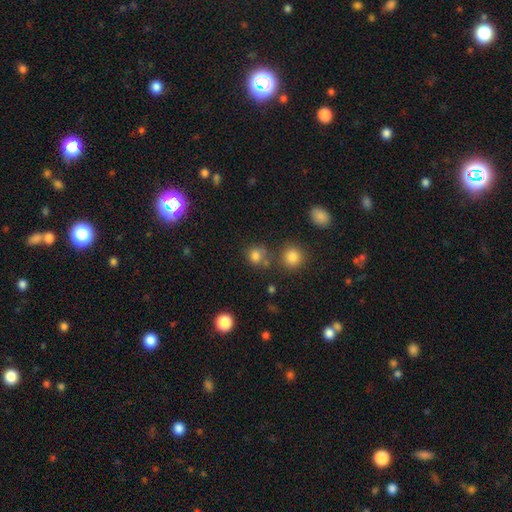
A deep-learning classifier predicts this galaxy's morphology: A smooth galaxy with no disk features (79%) that is round (84%).

Vote fractions:
- Smooth or featured? smooth: 79% / star or artifact: 15% / featured or disk: 6%
- How rounded? round: 84% / in between: 15% / cigar-shaped: 1%
- Merging? none: 66% / merger: 16% / minor disturbance: 13% / major disturbance: 5%